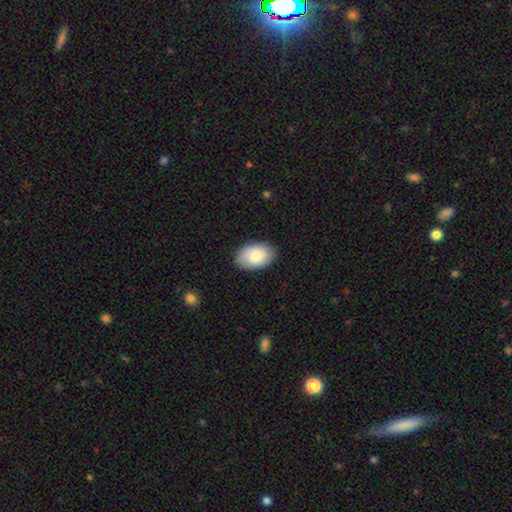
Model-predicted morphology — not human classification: smooth 80%, featured or disk 14%, star or artifact 6%. Down the decision tree: how rounded — in between (90%); merging — none (86%).